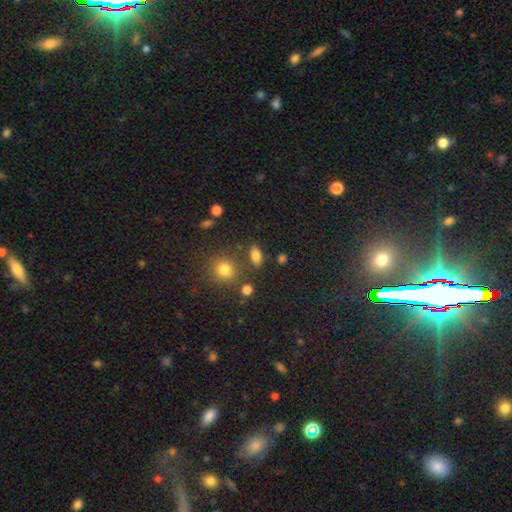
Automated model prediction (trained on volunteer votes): Q: Smooth or featured?
A: smooth (81%); runner-up: star or artifact (12%)
Q: How rounded?
A: in between (82%); runner-up: round (11%)
Q: Merging?
A: none (78%); runner-up: minor disturbance (12%)